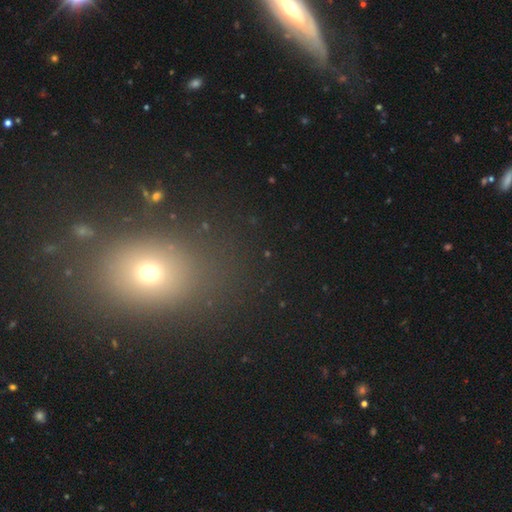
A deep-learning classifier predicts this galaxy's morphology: Smooth or featured: smooth — 53% (star or artifact — 30%)
How rounded: in between — 50% (round — 47%)
Merging: none — 82% (minor disturbance — 9%)